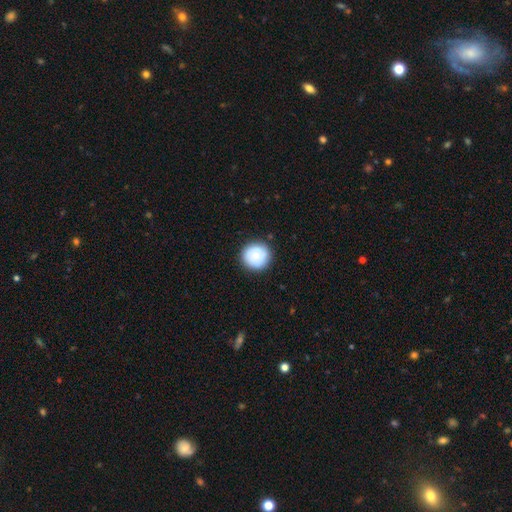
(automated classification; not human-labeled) Overall: smooth (78%). How rounded: round (93%). Merging: none (88%).